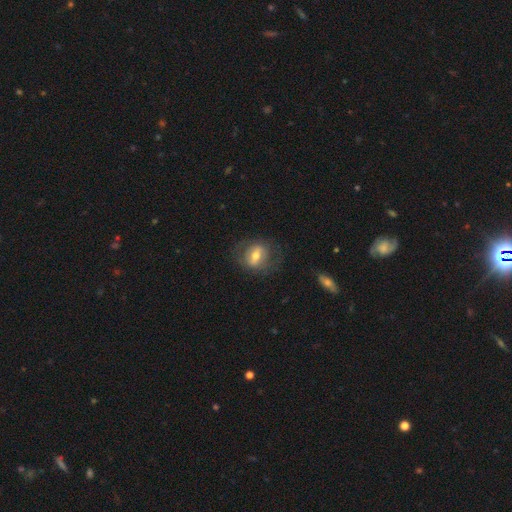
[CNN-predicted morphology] Smooth or featured?
  - smooth: 48% *
  - featured or disk: 44%
  - star or artifact: 8%
Merging?
  - none: 70% *
  - minor disturbance: 17%
  - major disturbance: 12%
  - merger: 1%